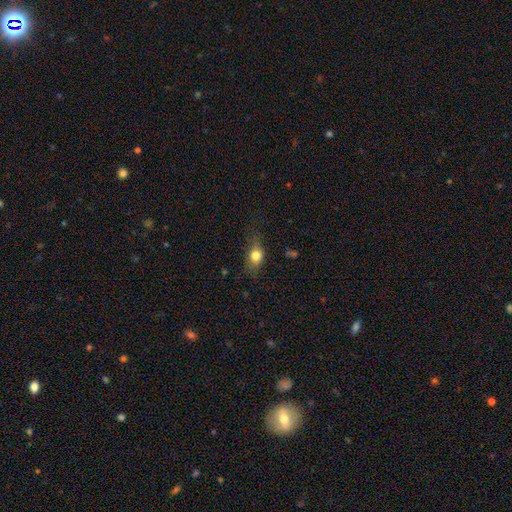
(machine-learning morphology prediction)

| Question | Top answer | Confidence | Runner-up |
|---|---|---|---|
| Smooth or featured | smooth | 76% | featured or disk (15%) |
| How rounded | in between | 63% | round (31%) |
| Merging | none | 66% | minor disturbance (24%) |